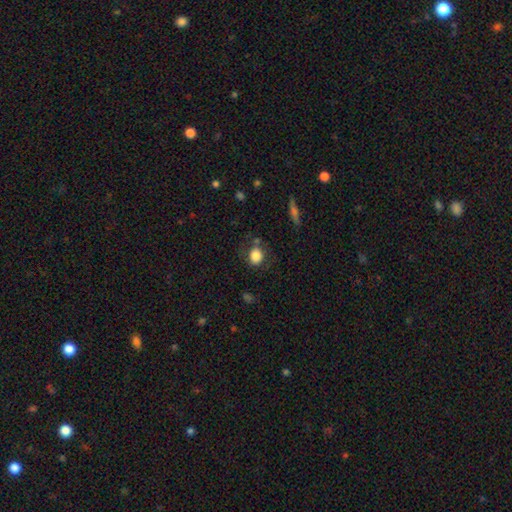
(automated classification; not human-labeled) smooth-or-featured: smooth: 83% | star or artifact: 9% | featured or disk: 8%
  how-rounded: round: 66% | in between: 32% | cigar-shaped: 1%
  merging: none: 69% | minor disturbance: 19% | major disturbance: 7% | merger: 5%